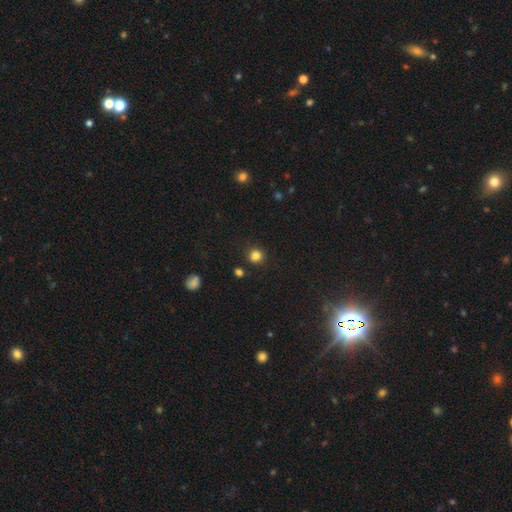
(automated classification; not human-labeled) Q: Smooth or featured?
A: smooth (82%); runner-up: star or artifact (13%)
Q: How rounded?
A: round (90%); runner-up: in between (9%)
Q: Merging?
A: none (87%); runner-up: minor disturbance (8%)